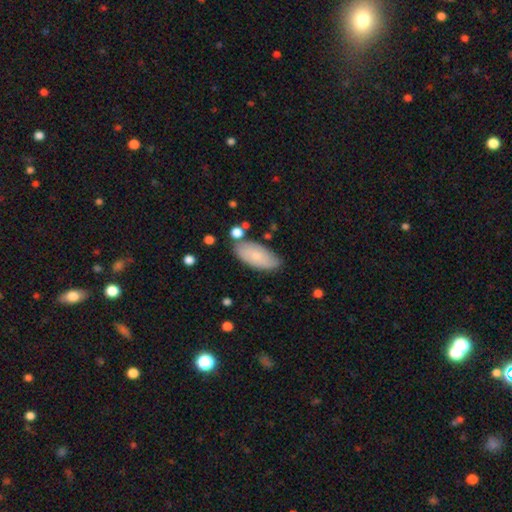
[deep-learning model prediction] smooth_or_featured: smooth (p=0.69) [alt: featured or disk p=0.25]
how_rounded: in between (p=0.91) [alt: cigar-shaped p=0.07]
merging: none (p=0.73) [alt: minor disturbance p=0.18]